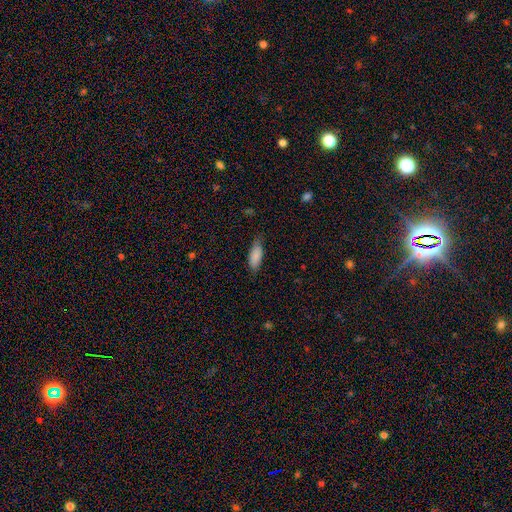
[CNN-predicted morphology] smooth_or_featured: smooth (p=0.86) [alt: featured or disk p=0.07]
how_rounded: in between (p=0.77) [alt: cigar-shaped p=0.21]
merging: none (p=0.72) [alt: minor disturbance p=0.22]